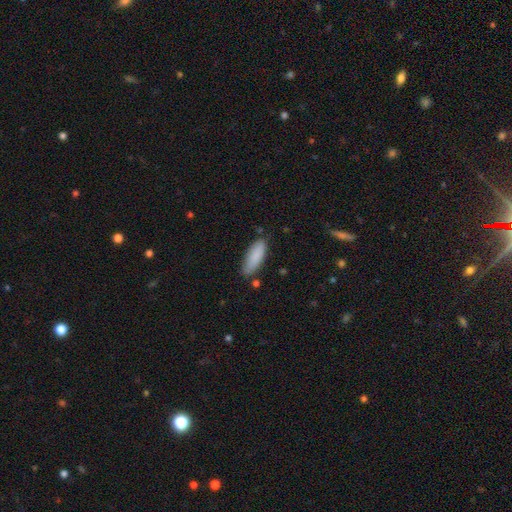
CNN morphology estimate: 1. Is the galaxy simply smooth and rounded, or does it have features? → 88% smooth, 6% featured or disk, 6% star or artifact.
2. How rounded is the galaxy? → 65% in between, 34% cigar-shaped, 2% round.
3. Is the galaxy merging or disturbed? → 76% none, 18% minor disturbance, 3% major disturbance, 2% merger.